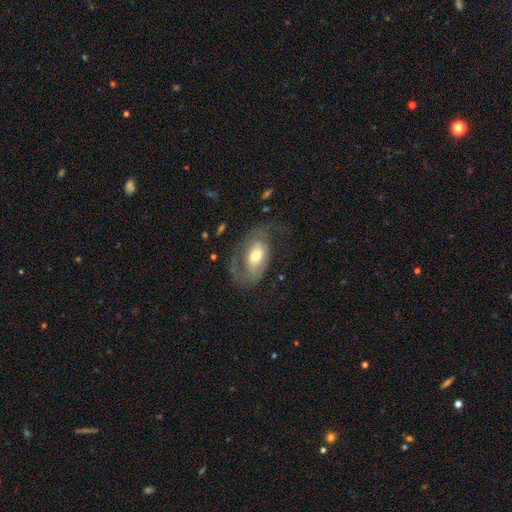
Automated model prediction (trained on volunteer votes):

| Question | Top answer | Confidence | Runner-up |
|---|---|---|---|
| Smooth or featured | featured or disk | 60% | smooth (34%) |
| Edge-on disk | no | 93% | yes (7%) |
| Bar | no | 60% | weak (28%) |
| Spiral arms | yes | 73% | no (27%) |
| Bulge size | moderate | 63% | small (22%) |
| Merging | none | 43% | major disturbance (34%) |